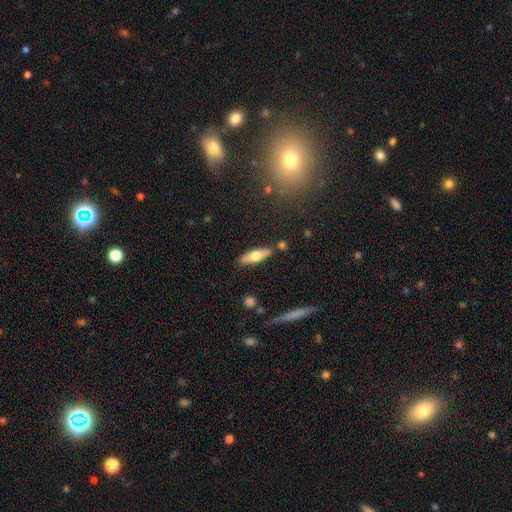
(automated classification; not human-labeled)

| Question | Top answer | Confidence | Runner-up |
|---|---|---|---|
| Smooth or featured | smooth | 60% | featured or disk (34%) |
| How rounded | cigar-shaped | 50% | in between (47%) |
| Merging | none | 83% | minor disturbance (11%) |